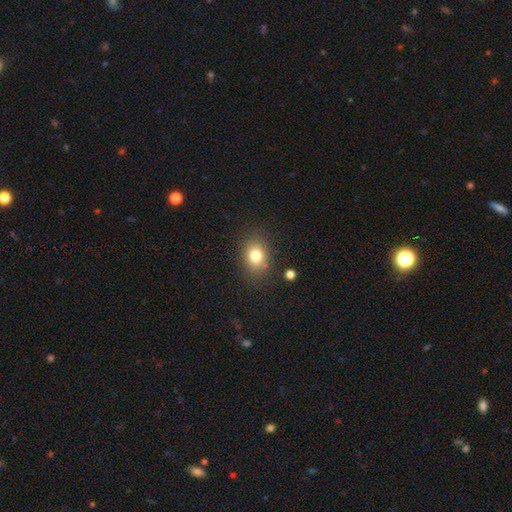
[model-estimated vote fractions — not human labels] The model was most divided on "how rounded": in between: 58%, round: 41%, cigar-shaped: 1%. More confident: merging — none (80%); smooth or featured — smooth (79%).